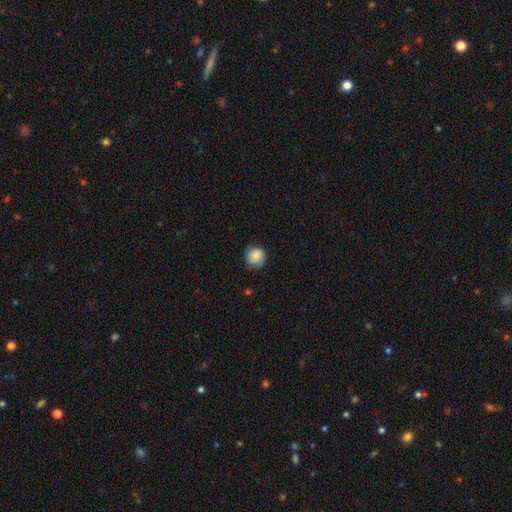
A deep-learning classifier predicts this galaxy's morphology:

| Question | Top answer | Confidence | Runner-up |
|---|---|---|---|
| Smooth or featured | smooth | 85% | star or artifact (8%) |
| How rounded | round | 89% | in between (10%) |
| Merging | none | 78% | minor disturbance (18%) |